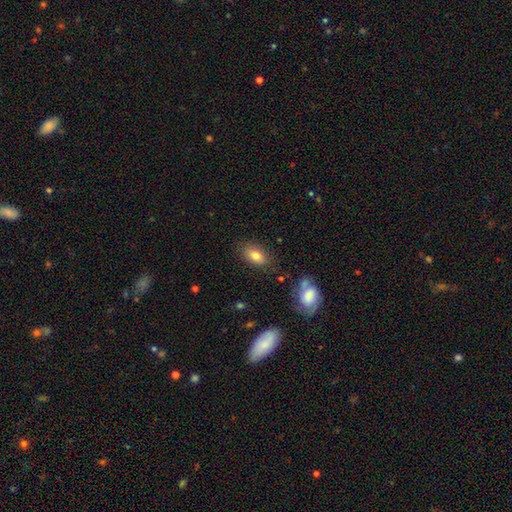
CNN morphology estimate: Smooth or featured? smooth (80%)
How rounded? in between (89%)
Merging? none (82%)